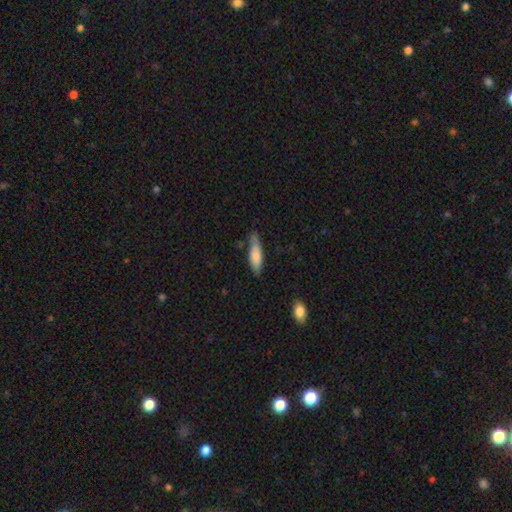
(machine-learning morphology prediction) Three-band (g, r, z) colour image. It shows a smooth galaxy with no disk features (77%) that is cigar-shaped (54%). Merging: none (65%).